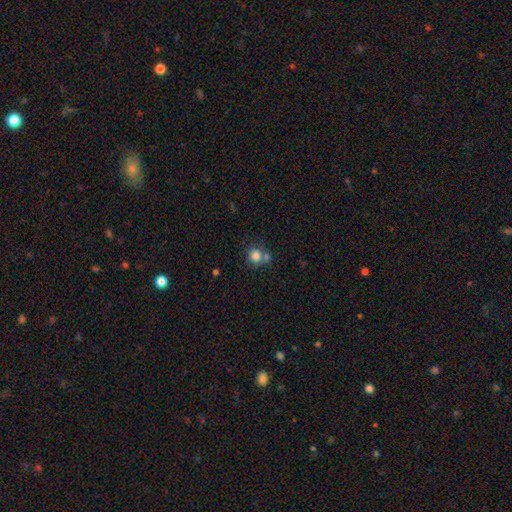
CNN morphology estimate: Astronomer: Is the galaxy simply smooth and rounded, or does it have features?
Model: smooth — 81%.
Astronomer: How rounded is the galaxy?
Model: round — 88%.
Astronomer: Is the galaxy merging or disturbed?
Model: none — 56%.